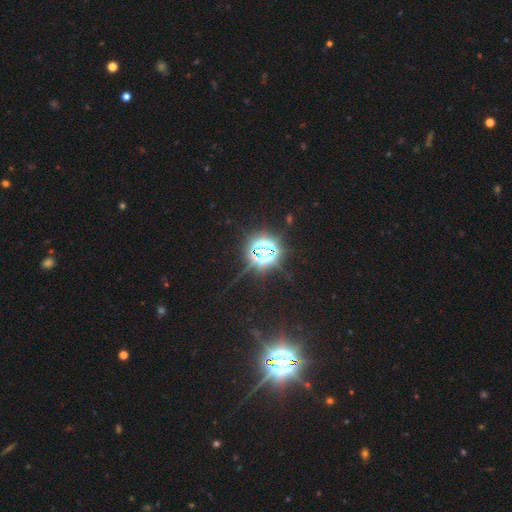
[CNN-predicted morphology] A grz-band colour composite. It shows a star or artifact, not a galaxy (81%).